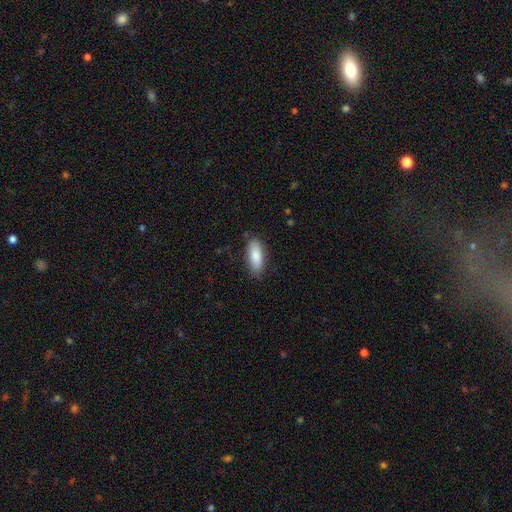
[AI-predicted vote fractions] Smooth or featured: smooth — 85% (featured or disk — 9%)
How rounded: in between — 74% (cigar-shaped — 24%)
Merging: none — 85% (minor disturbance — 12%)